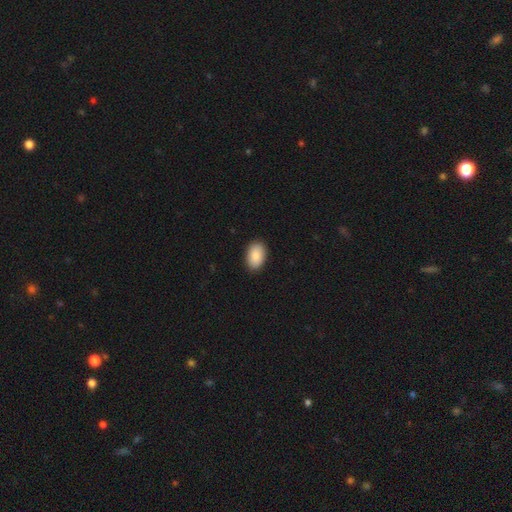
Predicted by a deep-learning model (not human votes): Smooth or featured? Predicted: smooth (p=0.88). How rounded? Predicted: in between (p=0.91). Merging? Predicted: none (p=0.90).